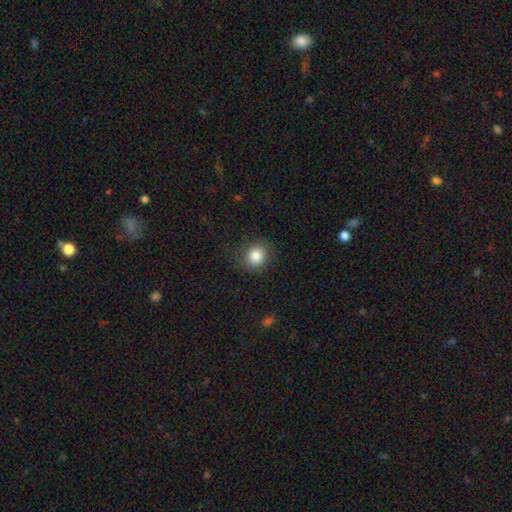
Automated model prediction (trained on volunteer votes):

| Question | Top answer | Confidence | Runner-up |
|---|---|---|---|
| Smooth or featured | smooth | 84% | star or artifact (10%) |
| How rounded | round | 81% | in between (18%) |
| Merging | none | 85% | minor disturbance (10%) |